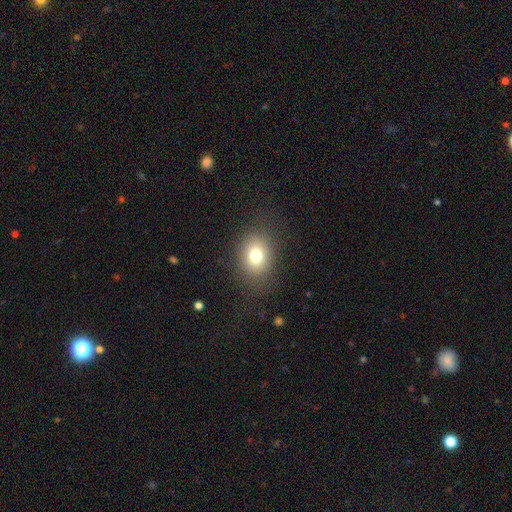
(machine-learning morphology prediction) This is likely a smooth galaxy (75%). How rounded: possibly in between (51%). Merging: clearly none (84%).